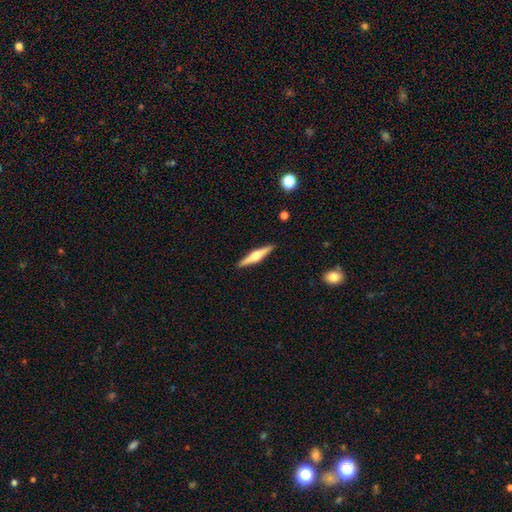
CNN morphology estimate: Smooth or featured? Predicted: featured or disk (p=0.72). Edge-on disk? Predicted: yes (p=0.98). Edge-on bulge? Predicted: rounded (p=0.94). Merging? Predicted: none (p=0.92).